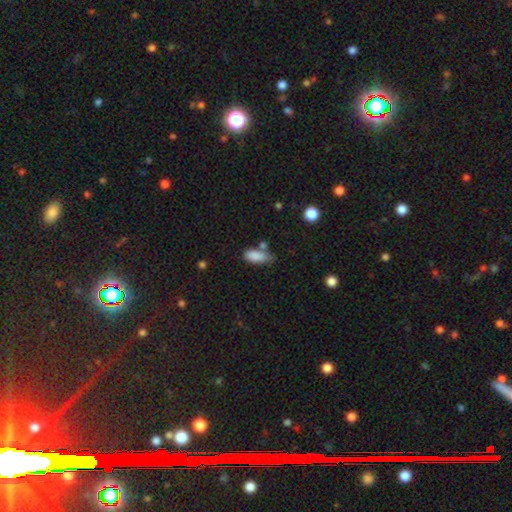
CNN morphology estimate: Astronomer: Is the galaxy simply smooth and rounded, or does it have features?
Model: smooth — 85%.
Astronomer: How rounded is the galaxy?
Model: in between — 79%.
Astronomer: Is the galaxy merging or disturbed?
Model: none — 50% (runner-up: minor disturbance, 26%).